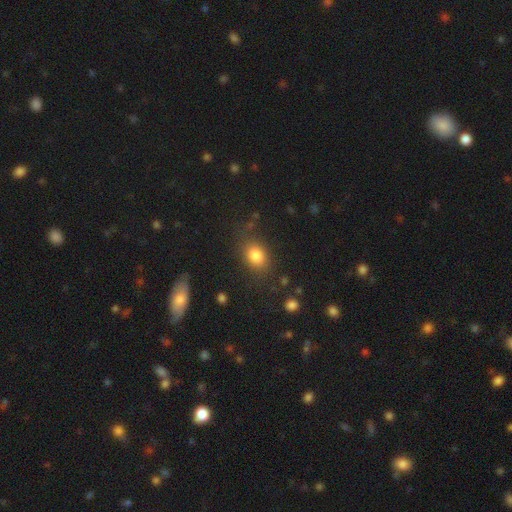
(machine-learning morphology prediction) Smooth or featured? smooth (82%)
How rounded? in between (61%)
Merging? none (78%)